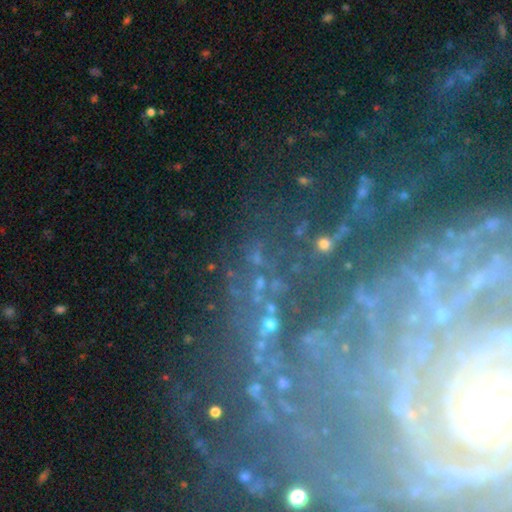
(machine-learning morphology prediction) This is marginally a star or artifact rather than a galaxy (43%).